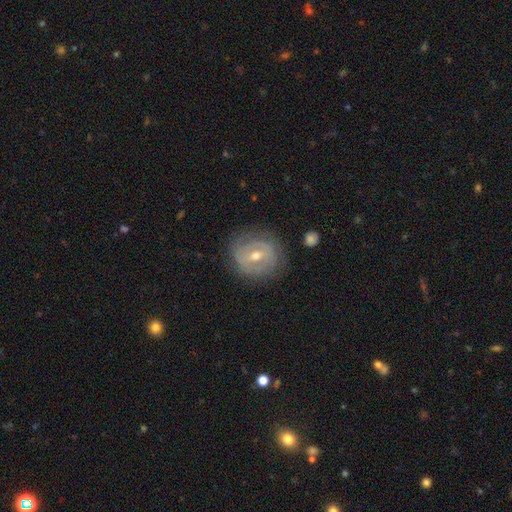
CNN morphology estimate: A featured or disk galaxy (73%) with a weak bar (46%), spiral arms (69%) and a moderate central bulge (65%).

Vote fractions:
- Smooth or featured? featured or disk: 73% / smooth: 20% / star or artifact: 8%
- Edge-on disk? no: 96% / yes: 4%
- Bar? weak: 46% / strong: 27% / no: 26%
- Spiral arms? yes: 69% / no: 31%
- Bulge size? moderate: 65% / small: 31% / large: 2% / none: 1% / dominant: 1%
- Merging? none: 79% / minor disturbance: 14% / major disturbance: 5% / merger: 1%